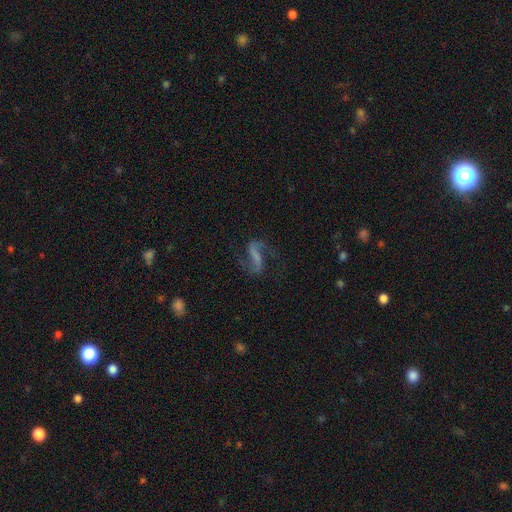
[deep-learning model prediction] The model was most divided on "bar": strong: 54%, weak: 29%, no: 17%. More confident: edge-on disk — no (96%); spiral arms — yes (94%); spiral arm count — 2 (92%); smooth or featured — featured or disk (81%); merging — none (71%); spiral winding — loose (69%); bulge size — none (65%).